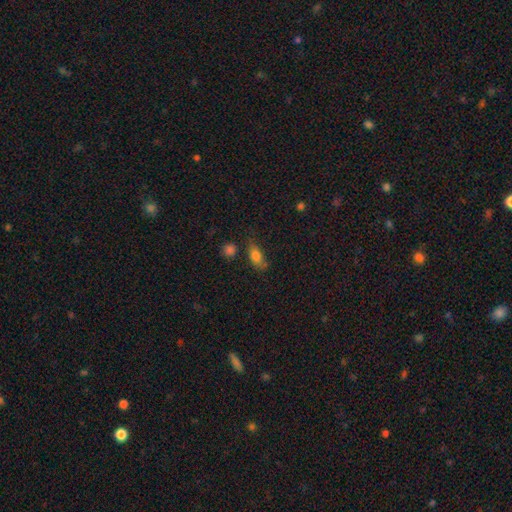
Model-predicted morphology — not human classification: Smooth or featured? Predicted: smooth (p=0.78). How rounded? Predicted: in between (p=0.78). Merging? Predicted: none (p=0.57).